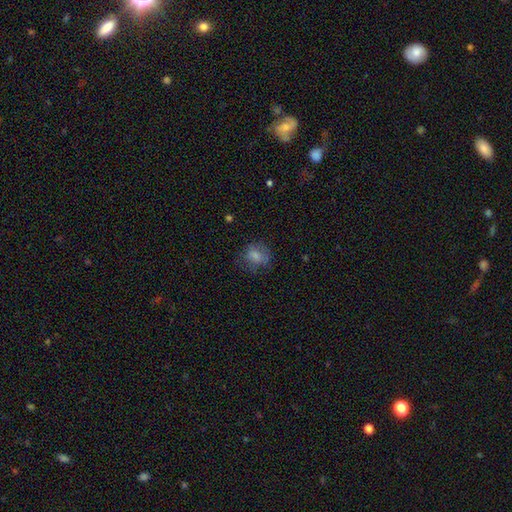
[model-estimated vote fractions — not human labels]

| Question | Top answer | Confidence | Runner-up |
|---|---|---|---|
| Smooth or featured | smooth | 74% | featured or disk (15%) |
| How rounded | round | 59% | in between (39%) |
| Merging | none | 62% | minor disturbance (22%) |